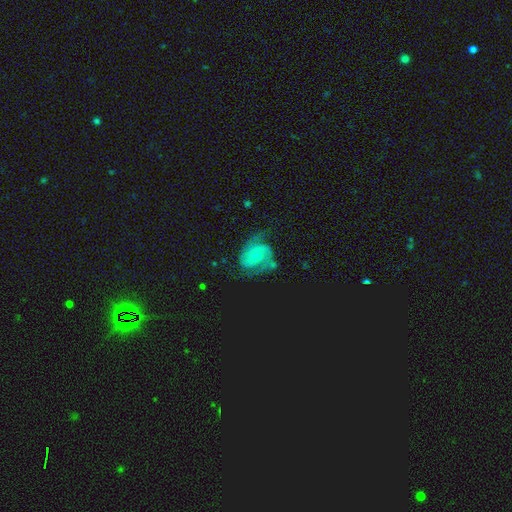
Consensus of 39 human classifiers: Morphology: type=featured or disk (90%); edge-on=no (100%); bar=no (60%); spiral arms=yes (100%); winding=medium (57%); arm count=2 (100%); bulge=moderate (54%); merging=none (61%).